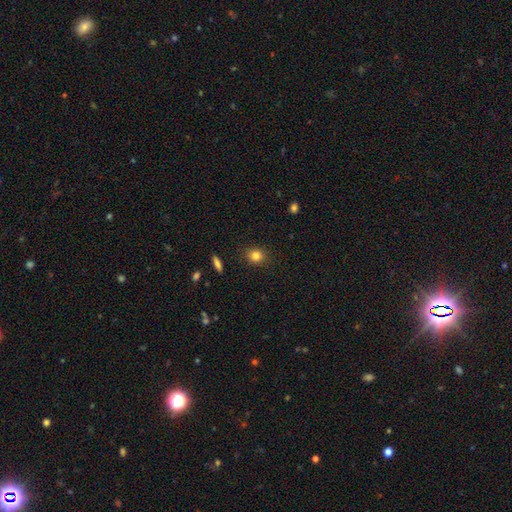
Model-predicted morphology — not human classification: smooth-or-featured: smooth: 82% | star or artifact: 12% | featured or disk: 6%
  how-rounded: round: 78% | in between: 21% | cigar-shaped: 1%
  merging: none: 89% | minor disturbance: 8% | major disturbance: 2% | merger: 1%